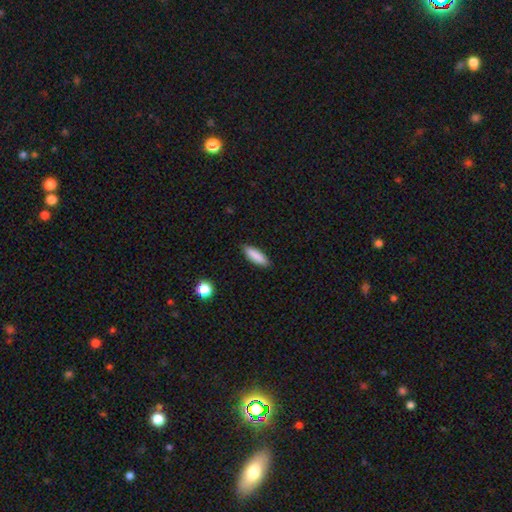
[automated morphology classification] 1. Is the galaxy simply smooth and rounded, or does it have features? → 87% smooth, 7% star or artifact, 6% featured or disk.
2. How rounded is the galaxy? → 50% in between, 49% cigar-shaped, 2% round.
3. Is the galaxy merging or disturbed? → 87% none, 10% minor disturbance, 2% major disturbance, 1% merger.